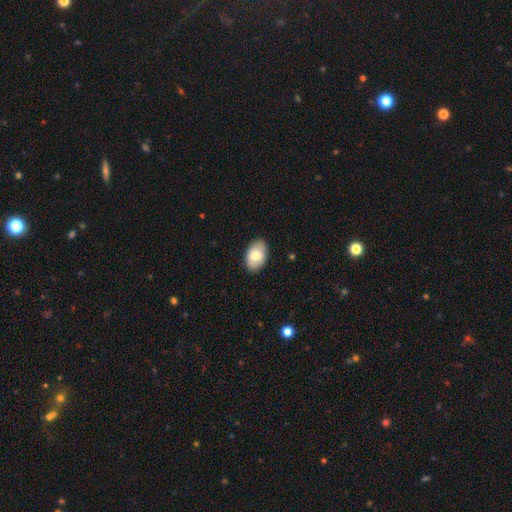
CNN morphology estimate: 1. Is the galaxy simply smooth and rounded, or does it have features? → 76% smooth, 18% featured or disk, 6% star or artifact.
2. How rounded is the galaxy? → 91% in between, 8% round, 1% cigar-shaped.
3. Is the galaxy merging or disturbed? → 87% none, 10% minor disturbance, 2% major disturbance, 1% merger.